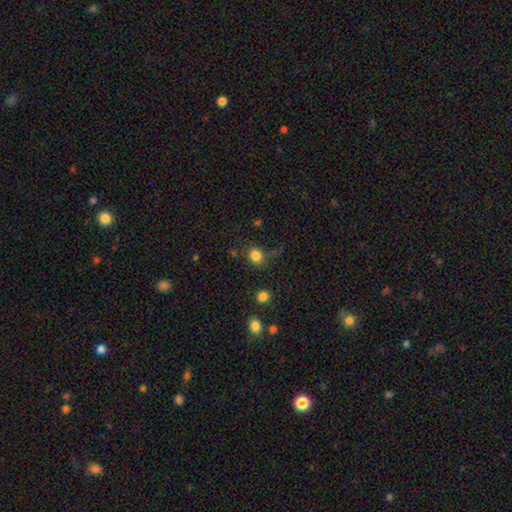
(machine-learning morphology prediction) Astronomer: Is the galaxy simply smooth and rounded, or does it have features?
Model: smooth — 83%.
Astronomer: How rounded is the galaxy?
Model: round — 75%.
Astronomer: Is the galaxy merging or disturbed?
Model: none — 76%.